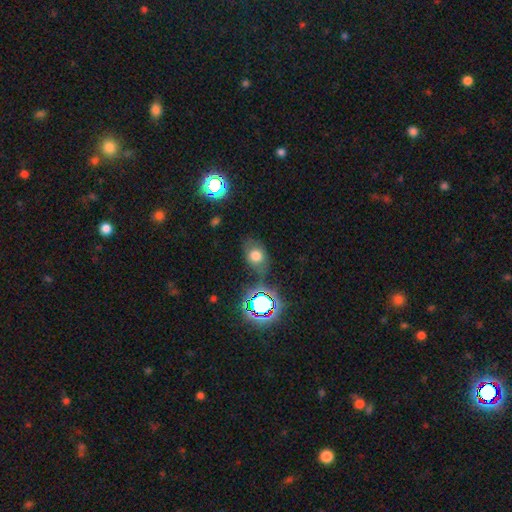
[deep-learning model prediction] Smooth or featured? Predicted: smooth (p=0.65). How rounded? Predicted: in between (p=0.64). Merging? Predicted: none (p=0.64).